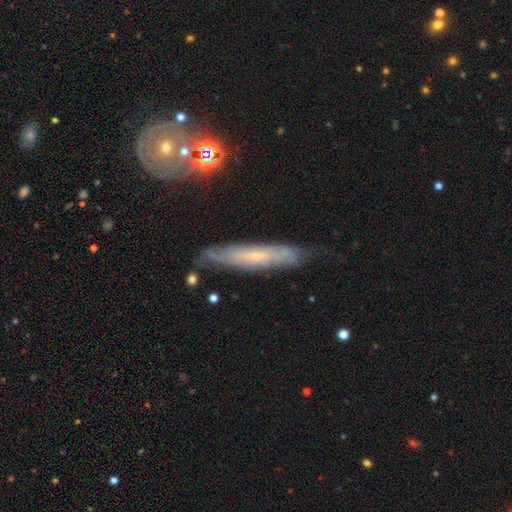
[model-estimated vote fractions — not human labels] smooth-or-featured: featured or disk: 61% | smooth: 30% | star or artifact: 8%
  disk-edge-on: yes: 59% | no: 41%
  merging: none: 75% | minor disturbance: 19% | major disturbance: 4% | merger: 2%